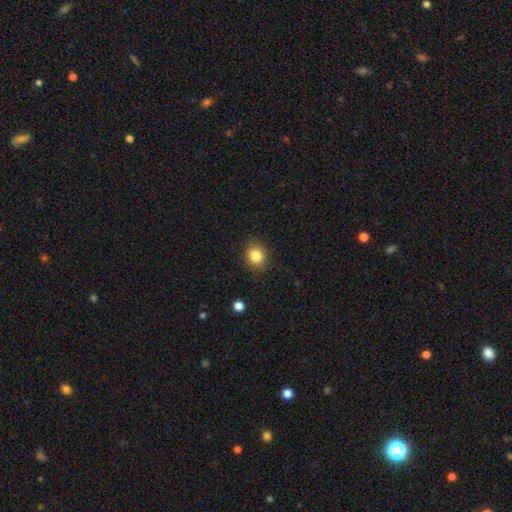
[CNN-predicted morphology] A smooth galaxy with no disk features (84%) that is round (68%). Merging: none (88%).